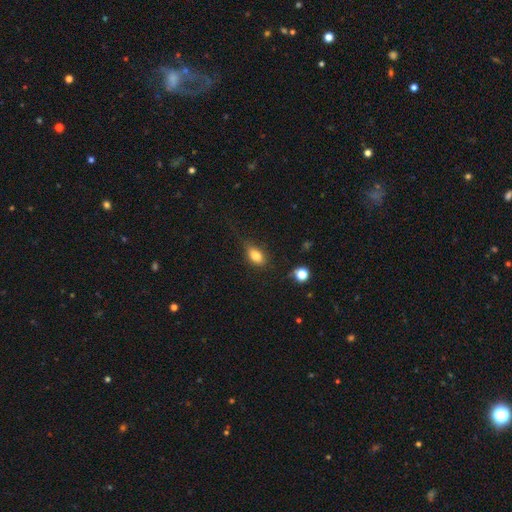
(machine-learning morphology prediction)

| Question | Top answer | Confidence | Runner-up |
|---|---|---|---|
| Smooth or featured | smooth | 81% | star or artifact (10%) |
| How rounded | in between | 83% | round (10%) |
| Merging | none | 63% | minor disturbance (26%) |